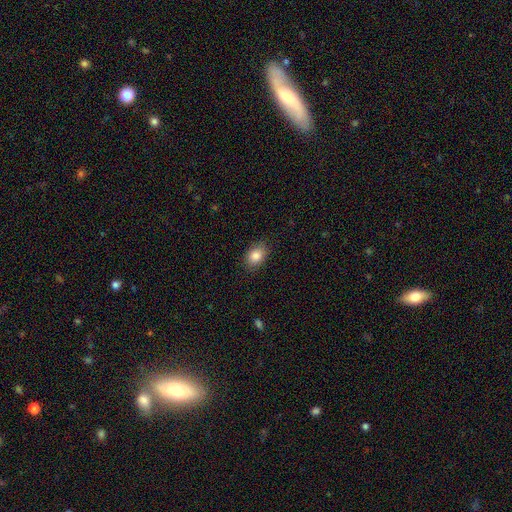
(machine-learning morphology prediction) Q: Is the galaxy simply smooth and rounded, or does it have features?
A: smooth — 85%.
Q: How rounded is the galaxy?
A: in between — 77%.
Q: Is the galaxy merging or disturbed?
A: none — 85%.